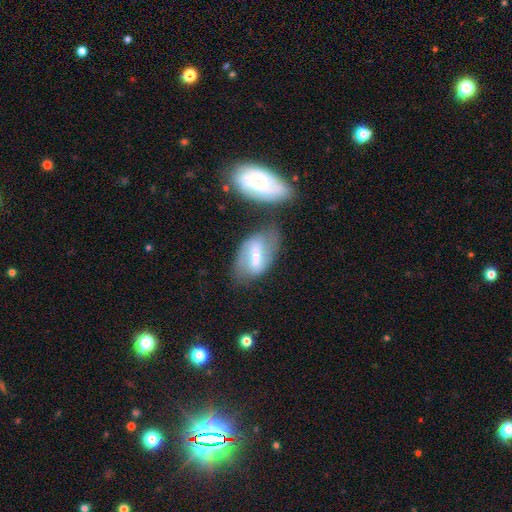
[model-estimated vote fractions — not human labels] featured or disk 59%, smooth 34%, star or artifact 7%. Down the decision tree: edge-on disk — no (92%); bar — strong (54%); spiral arms — yes (72%); bulge size — moderate (40%); merging — none (47%).